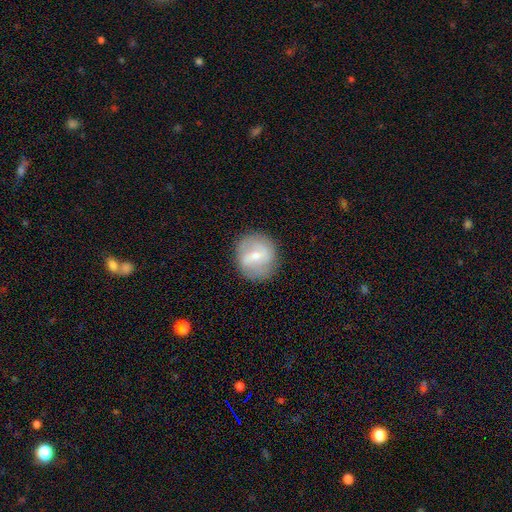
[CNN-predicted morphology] This appears to be a featured or disk galaxy (51%). Merging: none (83%).